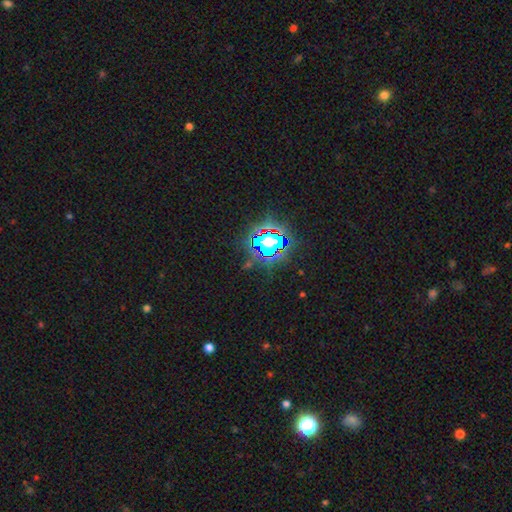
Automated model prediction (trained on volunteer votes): A star or artifact, not a galaxy (78%).